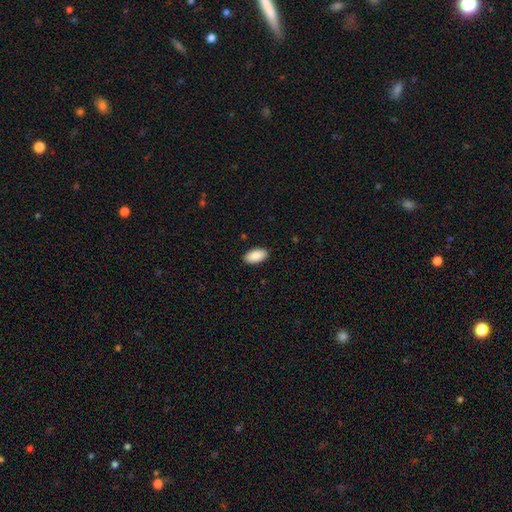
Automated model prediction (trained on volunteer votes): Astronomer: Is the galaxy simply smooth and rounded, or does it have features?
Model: smooth — 90%.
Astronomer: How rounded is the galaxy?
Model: in between — 96%.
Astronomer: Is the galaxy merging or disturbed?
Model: none — 90%.